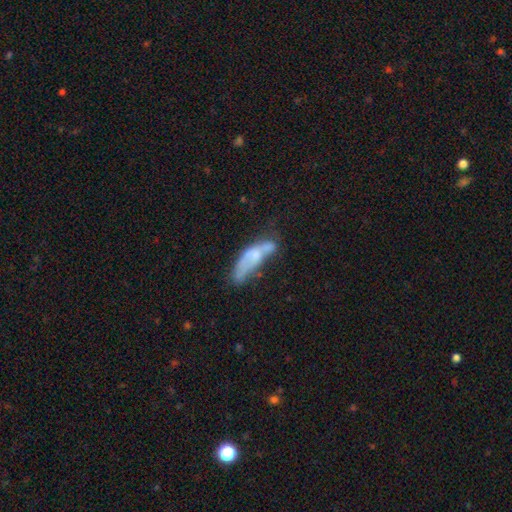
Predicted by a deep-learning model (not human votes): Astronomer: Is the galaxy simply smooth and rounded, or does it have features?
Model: smooth — 50% (runner-up: featured or disk, 40%).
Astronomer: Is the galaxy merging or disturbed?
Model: none — 26% (runner-up: major disturbance, 25%).